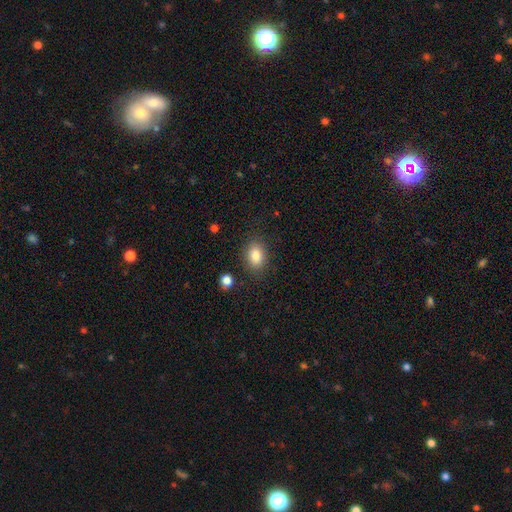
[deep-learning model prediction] Q: Smooth or featured?
A: smooth (84%); runner-up: star or artifact (9%)
Q: How rounded?
A: in between (76%); runner-up: round (22%)
Q: Merging?
A: none (85%); runner-up: minor disturbance (10%)